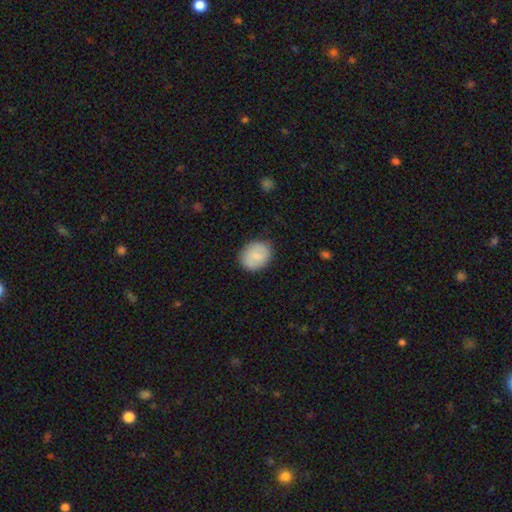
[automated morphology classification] Smooth or featured? smooth (80%)
How rounded? round (54%)
Merging? none (85%)